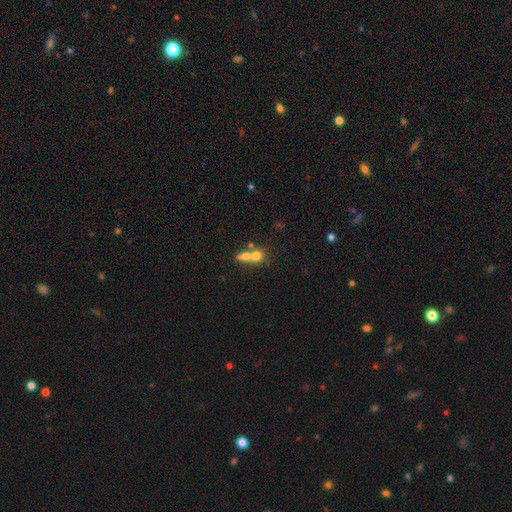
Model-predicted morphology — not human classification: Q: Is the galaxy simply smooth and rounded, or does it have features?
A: smooth — 68%.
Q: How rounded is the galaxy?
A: round — 71%.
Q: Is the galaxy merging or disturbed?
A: merger — 63%.